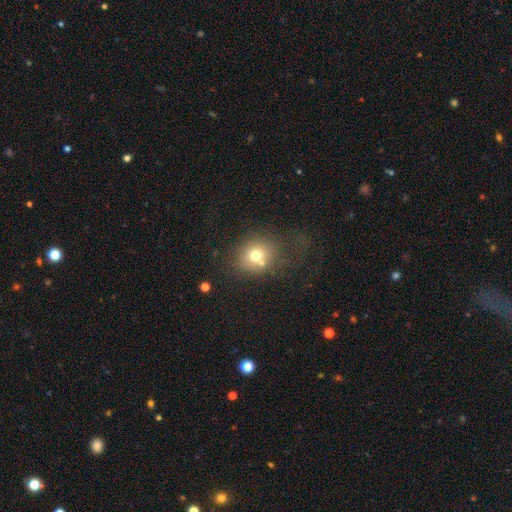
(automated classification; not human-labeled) smooth 70%, featured or disk 17%, star or artifact 14%. Down the decision tree: how rounded — round (71%); merging — none (51%).